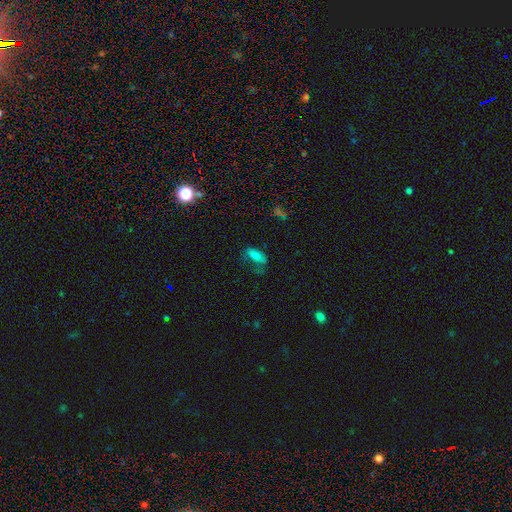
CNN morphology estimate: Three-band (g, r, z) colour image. It shows a smooth galaxy with no disk features (67%) that is in between round and cigar-shaped (81%). Merging: none (39%).